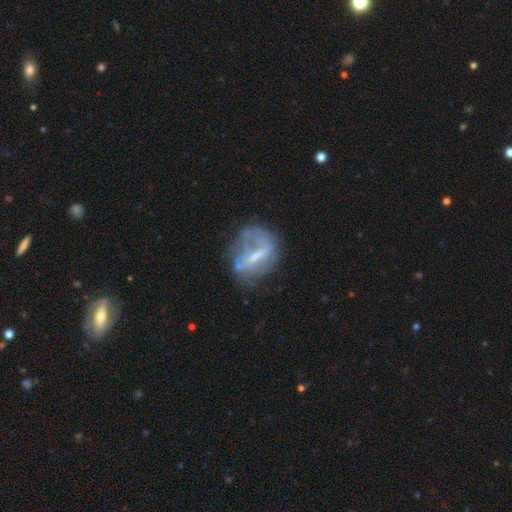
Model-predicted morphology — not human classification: Smooth or featured?
  - featured or disk: 62% *
  - smooth: 28%
  - star or artifact: 10%
Edge-on disk?
  - no: 92% *
  - yes: 8%
Bar?
  - strong: 43% *
  - weak: 37%
  - no: 21%
Spiral arms?
  - no: 67% *
  - yes: 33%
Bulge size?
  - moderate: 35% *
  - small: 34%
  - none: 25%
  - large: 5%
  - dominant: 1%
Merging?
  - none: 48% *
  - minor disturbance: 24%
  - major disturbance: 22%
  - merger: 6%